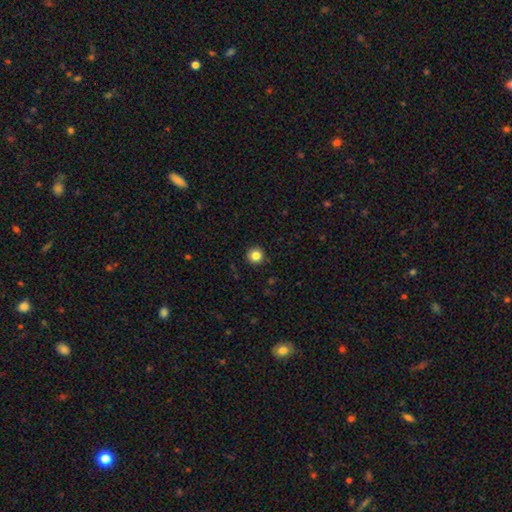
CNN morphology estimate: A smooth galaxy with no disk features (84%) that is round (95%). Merging: none (93%).